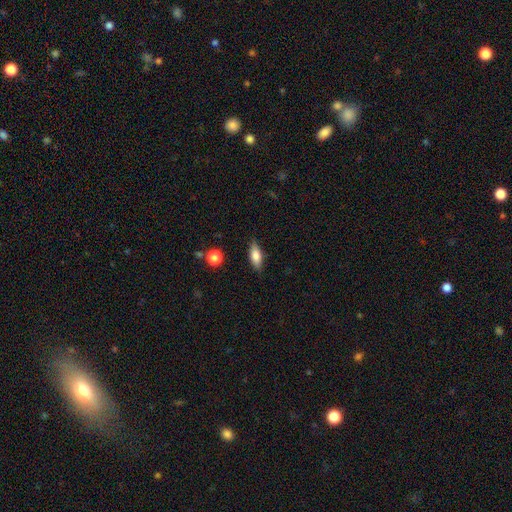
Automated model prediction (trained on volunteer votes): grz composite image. It shows a smooth galaxy with no disk features (74%) that is in between round and cigar-shaped (75%). Merging: none (84%).